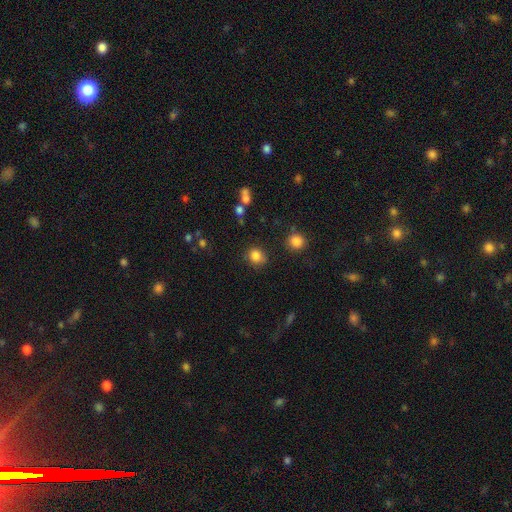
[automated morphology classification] Smooth or featured? smooth (84%)
How rounded? round (73%)
Merging? none (78%)